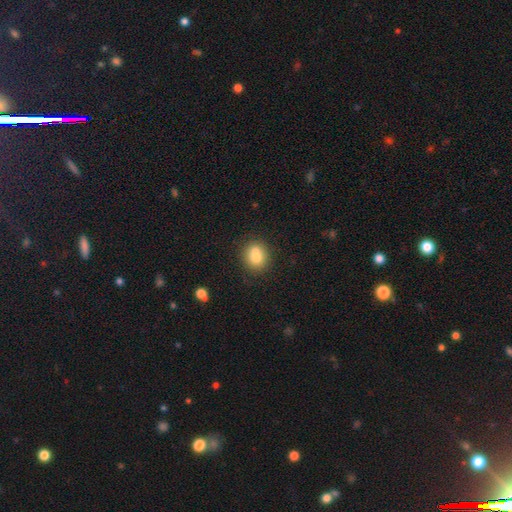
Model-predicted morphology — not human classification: smooth 78%, featured or disk 12%, star or artifact 10%. Down the decision tree: how rounded — round (57%); merging — none (61%).